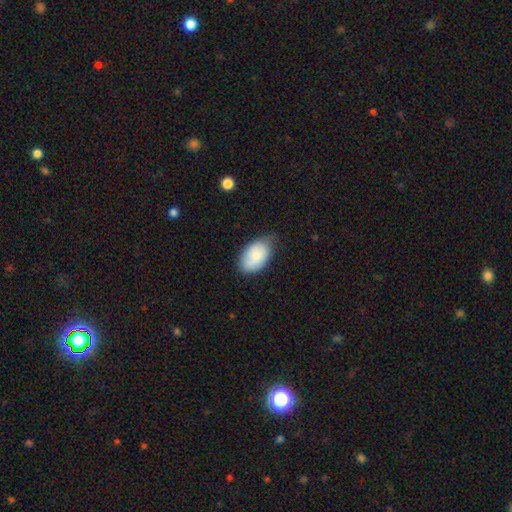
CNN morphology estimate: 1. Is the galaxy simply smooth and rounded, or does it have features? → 80% smooth, 14% featured or disk, 6% star or artifact.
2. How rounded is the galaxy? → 92% in between, 6% round, 1% cigar-shaped.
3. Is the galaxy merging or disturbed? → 64% none, 29% minor disturbance, 5% major disturbance, 1% merger.